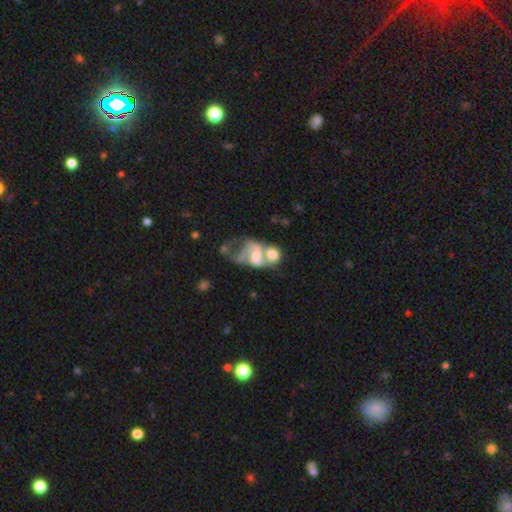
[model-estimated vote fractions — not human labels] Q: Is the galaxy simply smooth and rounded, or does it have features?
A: featured or disk — 66%.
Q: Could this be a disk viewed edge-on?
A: no — 97%.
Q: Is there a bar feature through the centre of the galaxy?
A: no — 52%.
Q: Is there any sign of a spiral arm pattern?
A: yes — 73%.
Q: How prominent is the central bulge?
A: moderate — 44%.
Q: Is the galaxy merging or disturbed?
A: merger — 63%.